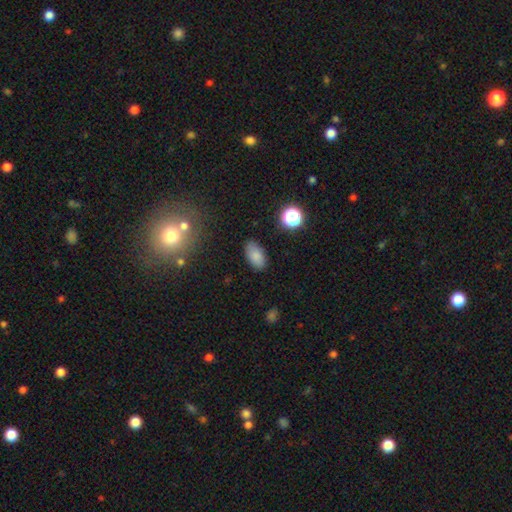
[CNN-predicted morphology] Smooth or featured: smooth — 84% (star or artifact — 10%)
How rounded: in between — 93% (round — 5%)
Merging: none — 84% (minor disturbance — 11%)